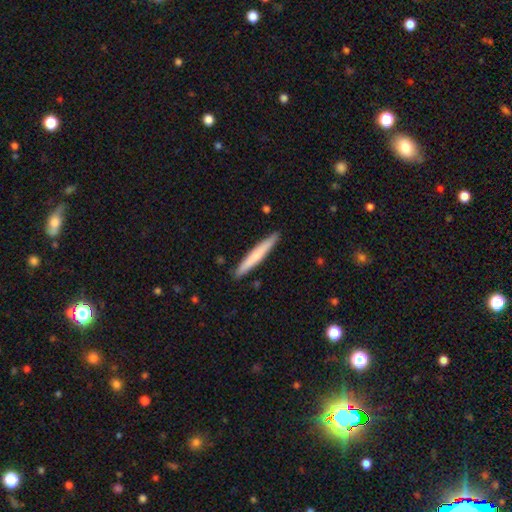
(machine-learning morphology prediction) smooth 67%, featured or disk 28%, star or artifact 5%. Down the decision tree: how rounded — cigar-shaped (96%); merging — none (91%).